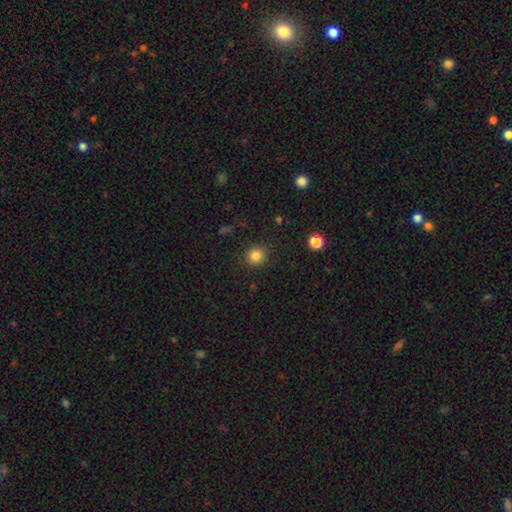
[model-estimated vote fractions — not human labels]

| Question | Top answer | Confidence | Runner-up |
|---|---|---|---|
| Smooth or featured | smooth | 83% | star or artifact (12%) |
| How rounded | round | 87% | in between (12%) |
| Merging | none | 89% | minor disturbance (7%) |